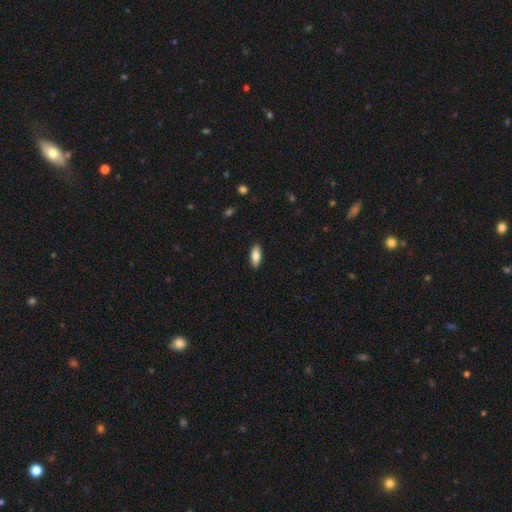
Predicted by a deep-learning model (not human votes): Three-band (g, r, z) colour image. It shows a smooth galaxy with no disk features (81%) that is in between round and cigar-shaped (79%). Merging: none (89%).